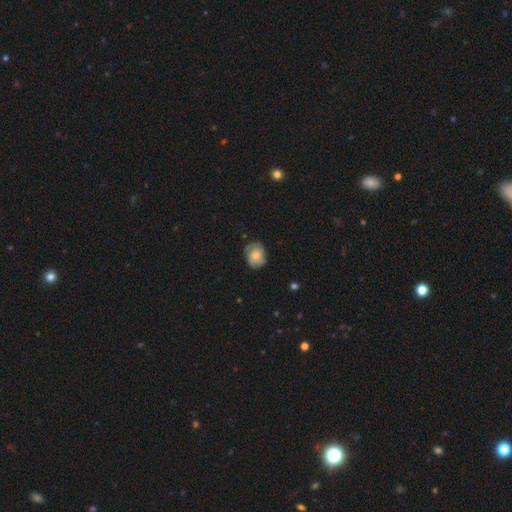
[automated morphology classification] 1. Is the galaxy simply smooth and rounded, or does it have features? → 53% smooth, 40% featured or disk, 8% star or artifact.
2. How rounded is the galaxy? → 59% round, 40% in between, 1% cigar-shaped.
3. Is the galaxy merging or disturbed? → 72% none, 21% minor disturbance, 5% major disturbance, 1% merger.